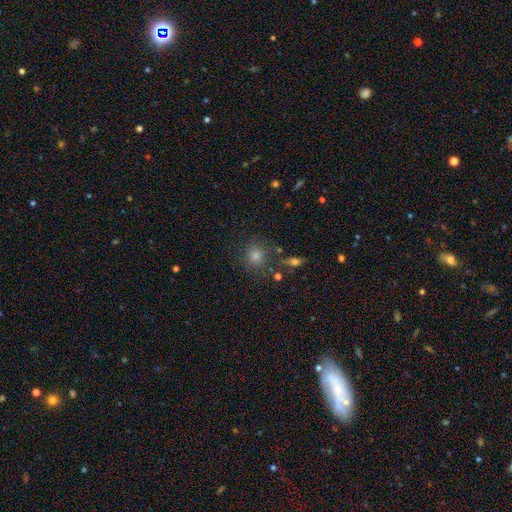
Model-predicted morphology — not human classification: Overall: smooth (70%). How rounded: round (88%). Merging: none (80%).